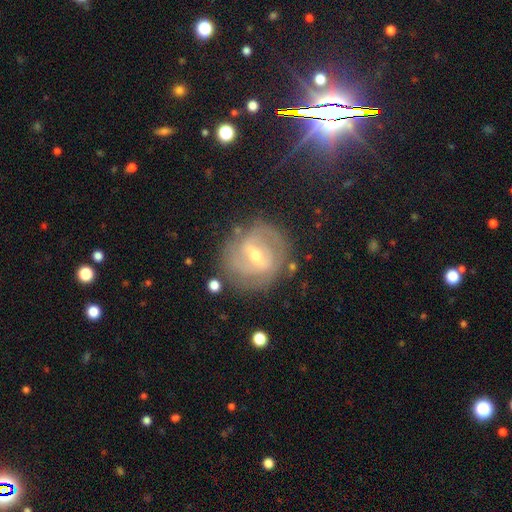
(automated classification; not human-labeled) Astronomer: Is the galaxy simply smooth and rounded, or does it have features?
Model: featured or disk — 80%.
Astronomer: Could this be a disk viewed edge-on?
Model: no — 95%.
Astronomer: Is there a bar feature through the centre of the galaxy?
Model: weak — 45% (runner-up: strong, 41%).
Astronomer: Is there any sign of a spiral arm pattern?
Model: yes — 83%.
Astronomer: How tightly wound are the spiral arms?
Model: tight — 53% (runner-up: medium, 35%).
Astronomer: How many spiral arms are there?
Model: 2 — 51% (runner-up: can't tell, 30%).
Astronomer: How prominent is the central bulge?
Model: moderate — 53% (runner-up: small, 44%).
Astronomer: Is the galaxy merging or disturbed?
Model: none — 75%.